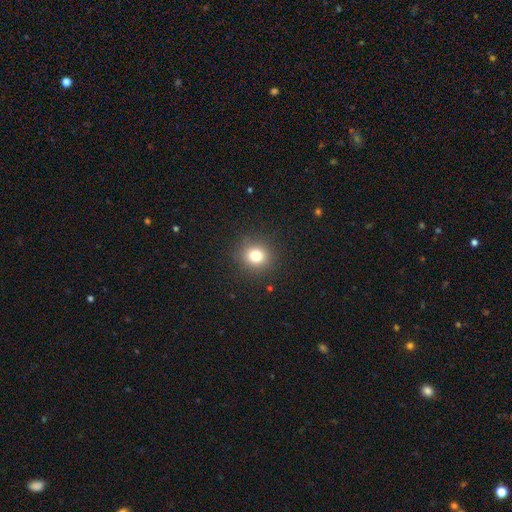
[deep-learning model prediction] A smooth galaxy with no disk features (79%) that is round (88%). Merging: none (90%).